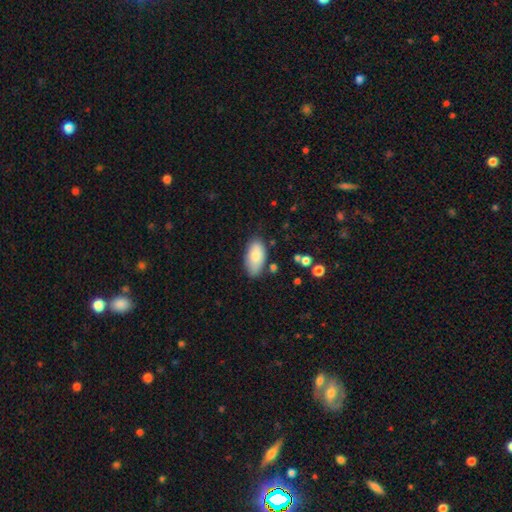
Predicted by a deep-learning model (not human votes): Smooth or featured? Predicted: smooth (p=0.83). How rounded? Predicted: in between (p=0.94). Merging? Predicted: none (p=0.76).